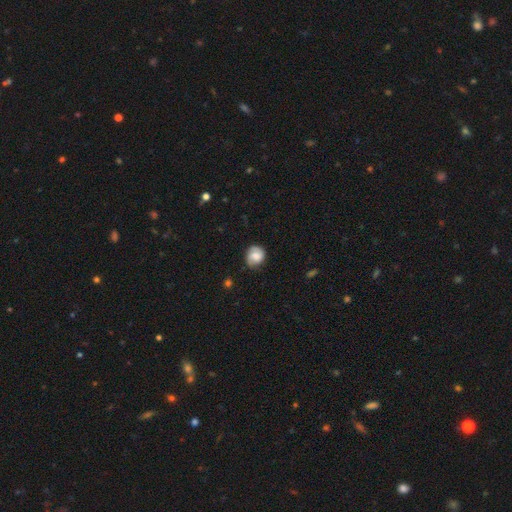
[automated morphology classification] This appears to be a smooth galaxy with no disk features (59%) that is round (77%). Merging: none (70%).